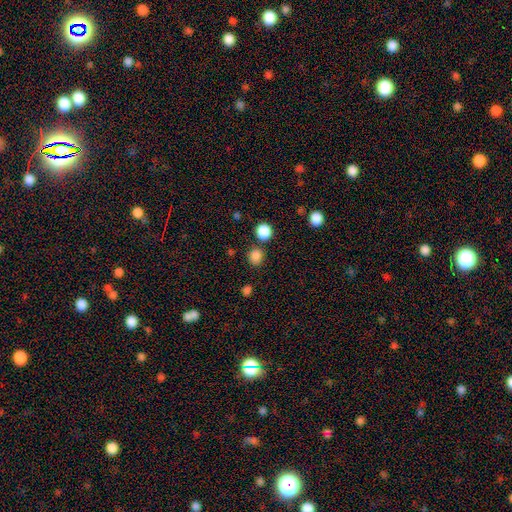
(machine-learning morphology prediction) Smooth or featured? Predicted: smooth (p=0.83). How rounded? Predicted: round (p=0.82). Merging? Predicted: none (p=0.79).